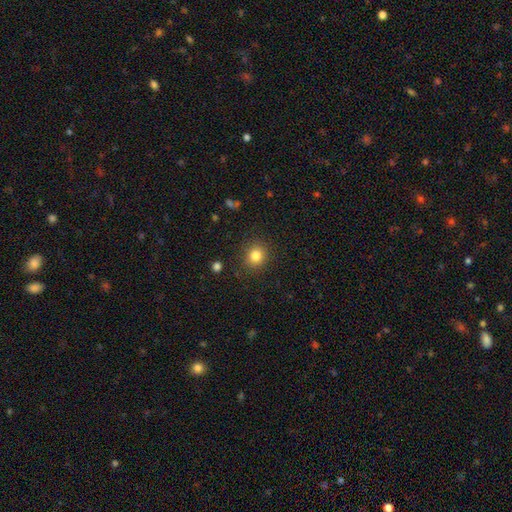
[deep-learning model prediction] Smooth or featured? smooth (82%)
How rounded? round (83%)
Merging? none (88%)